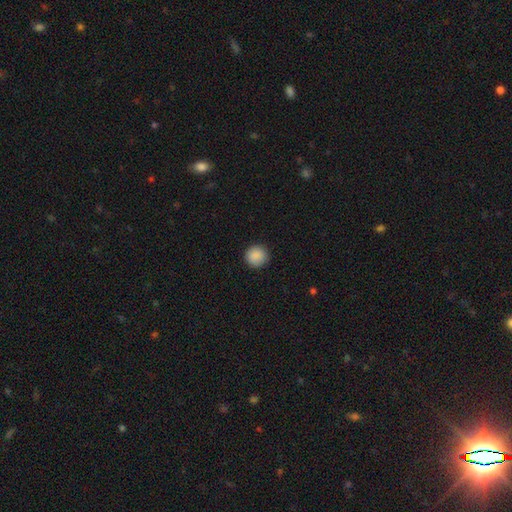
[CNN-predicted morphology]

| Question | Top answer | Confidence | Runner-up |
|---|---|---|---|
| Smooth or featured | smooth | 89% | star or artifact (8%) |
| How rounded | round | 94% | in between (5%) |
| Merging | none | 91% | minor disturbance (7%) |